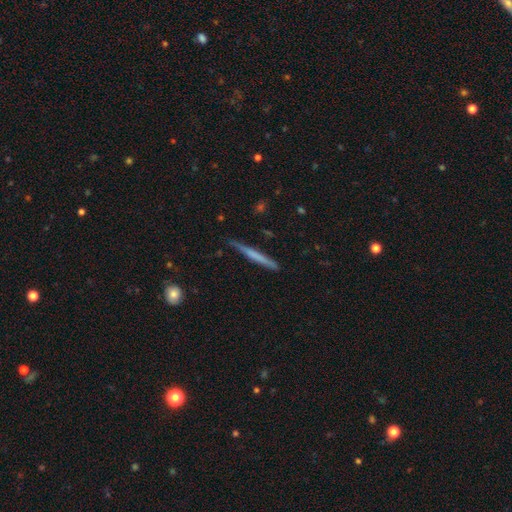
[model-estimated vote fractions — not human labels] smooth 51%, featured or disk 43%, star or artifact 6%. Down the decision tree: how rounded — cigar-shaped (96%); merging — none (82%).